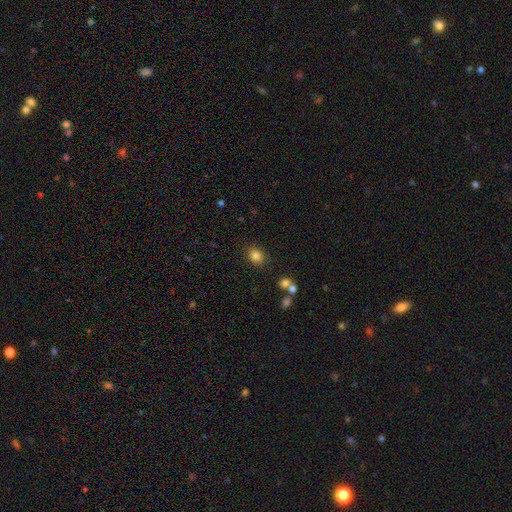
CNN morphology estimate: Smooth or featured: smooth — 83% (star or artifact — 12%)
How rounded: round — 62% (in between — 37%)
Merging: none — 84% (minor disturbance — 9%)